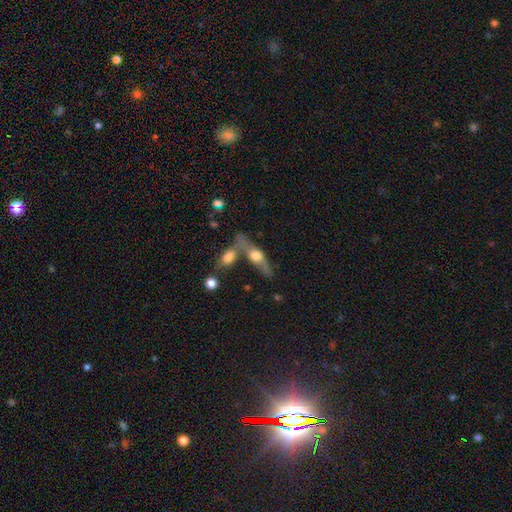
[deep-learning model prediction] featured or disk 54%, smooth 38%, star or artifact 8%. Down the decision tree: edge-on disk — yes (79%); merging — none (43%).